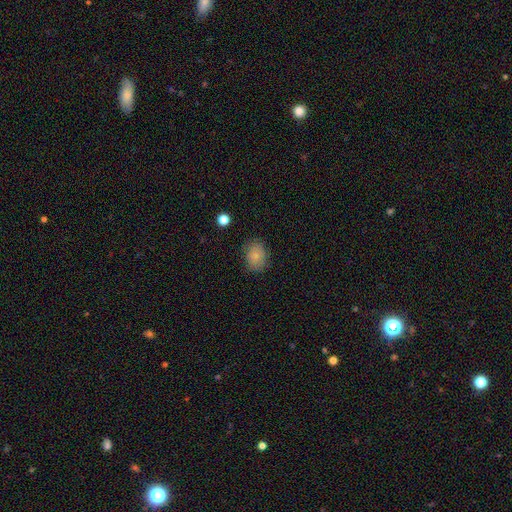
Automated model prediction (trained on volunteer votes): Smooth or featured: smooth — 82% (star or artifact — 9%)
How rounded: in between — 56% (round — 43%)
Merging: none — 78% (minor disturbance — 16%)